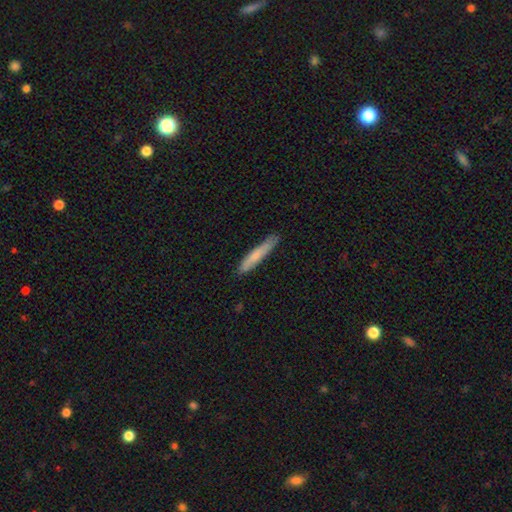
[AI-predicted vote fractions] The model was most divided on "smooth or featured": smooth: 71%, featured or disk: 23%, star or artifact: 6%. More confident: how rounded — cigar-shaped (93%); merging — none (83%).